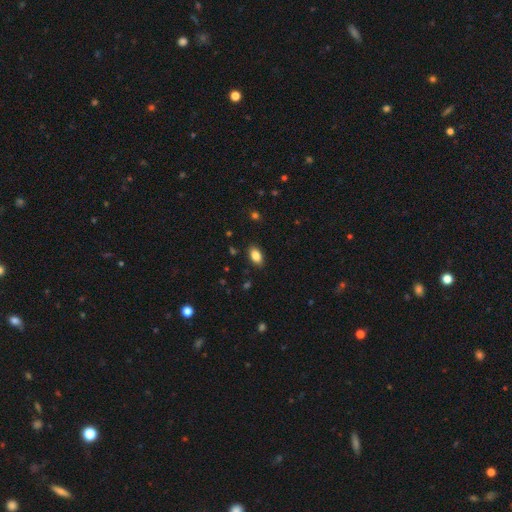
Volunteers were most divided on "merging": none: 74%, minor disturbance: 16%, major disturbance: 5%, merger: 5%. More confident: how rounded — in between (97%); smooth or featured — smooth (90%).